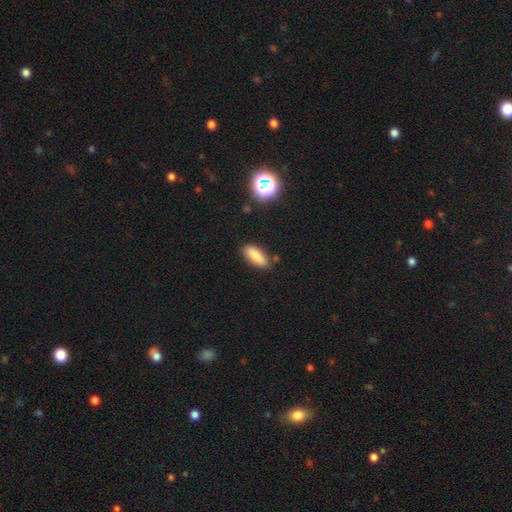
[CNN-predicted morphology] Smooth or featured: smooth — 84% (star or artifact — 8%)
How rounded: in between — 72% (cigar-shaped — 25%)
Merging: none — 83% (minor disturbance — 11%)